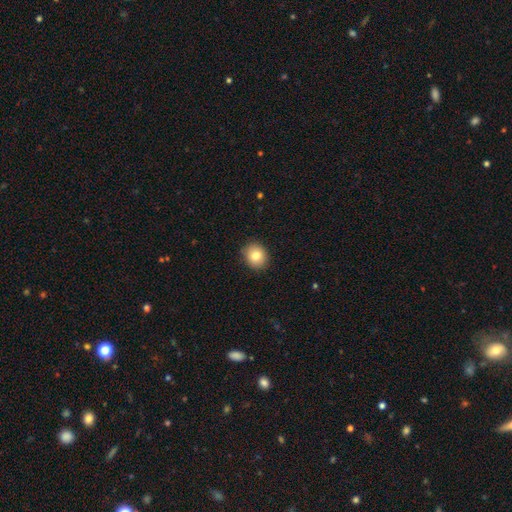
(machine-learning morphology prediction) This appears to be a smooth galaxy with no disk features (81%) that is round (73%). Merging: none (89%).